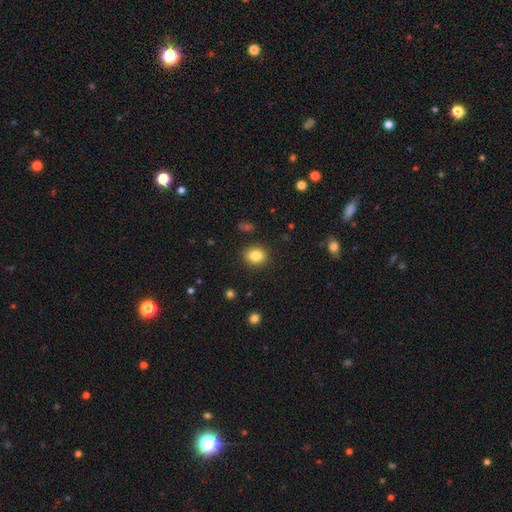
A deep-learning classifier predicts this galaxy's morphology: The model was most divided on "how rounded": round: 61%, in between: 38%, cigar-shaped: 1%. More confident: merging — none (88%); smooth or featured — smooth (84%).